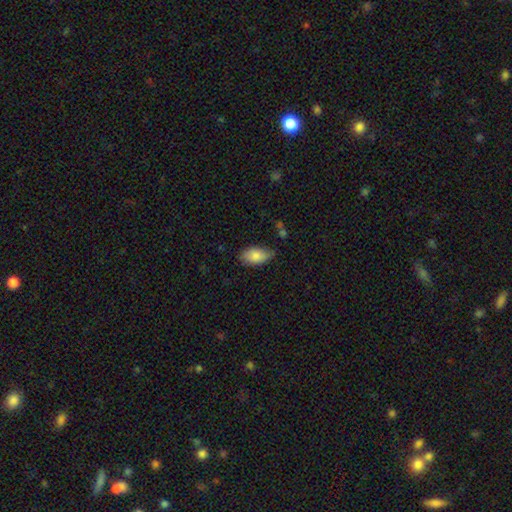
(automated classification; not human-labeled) smooth_or_featured: smooth (p=0.83) [alt: featured or disk p=0.10]
how_rounded: in between (p=0.93) [alt: round p=0.04]
merging: none (p=0.66) [alt: minor disturbance p=0.28]